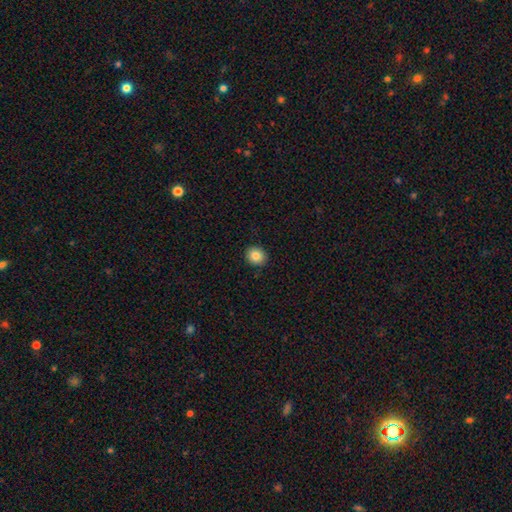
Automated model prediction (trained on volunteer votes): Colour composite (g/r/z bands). It shows a smooth galaxy with no disk features (84%) that is round (76%). Merging: none (91%).